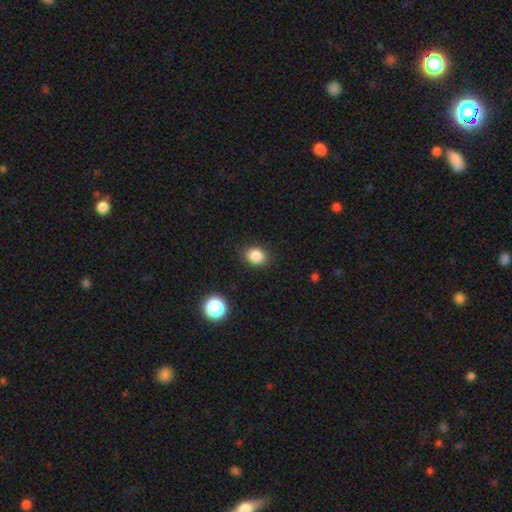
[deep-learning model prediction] Smooth or featured: smooth — 85% (star or artifact — 11%)
How rounded: in between — 54% (round — 45%)
Merging: none — 87% (minor disturbance — 9%)